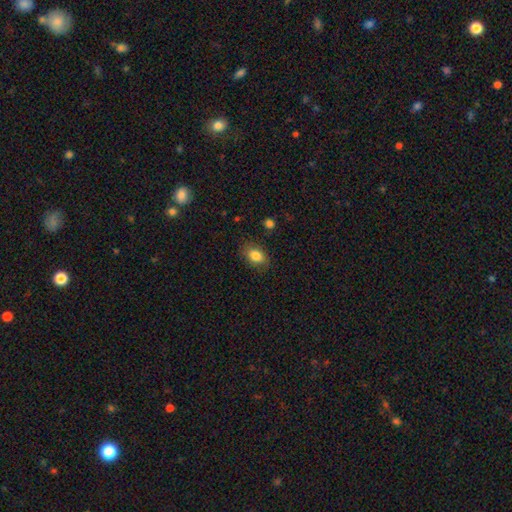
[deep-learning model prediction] smooth 84%, star or artifact 9%, featured or disk 7%. Down the decision tree: how rounded — in between (80%); merging — none (81%).